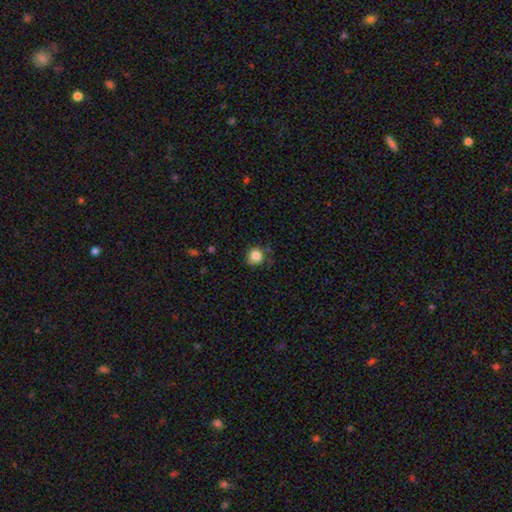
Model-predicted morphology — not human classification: This is clearly a smooth galaxy (84%). How rounded: clearly round (90%). Merging: likely none (75%).